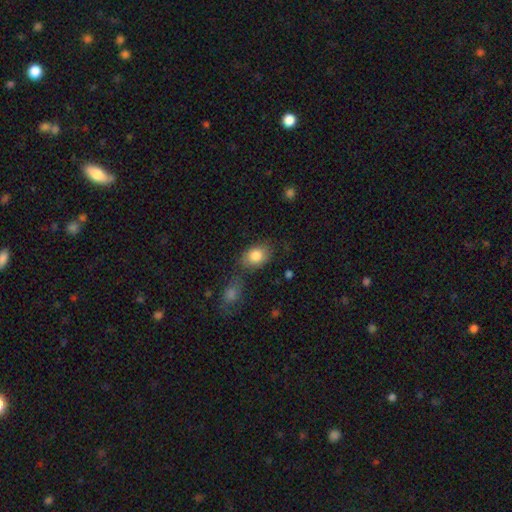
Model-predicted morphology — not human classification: The model was most divided on "how rounded": in between: 70%, round: 29%, cigar-shaped: 1%. More confident: smooth or featured — smooth (84%); merging — none (61%).